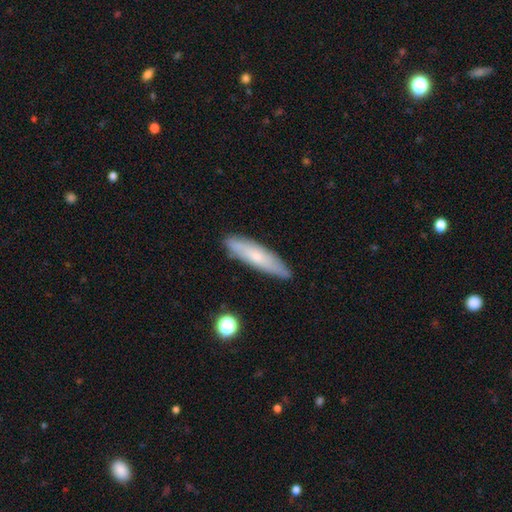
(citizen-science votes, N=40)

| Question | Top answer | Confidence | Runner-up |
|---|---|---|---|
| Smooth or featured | smooth | 60% | featured or disk (35%) |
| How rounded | cigar-shaped | 79% | in between (21%) |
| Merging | none | 84% | minor disturbance (11%) |